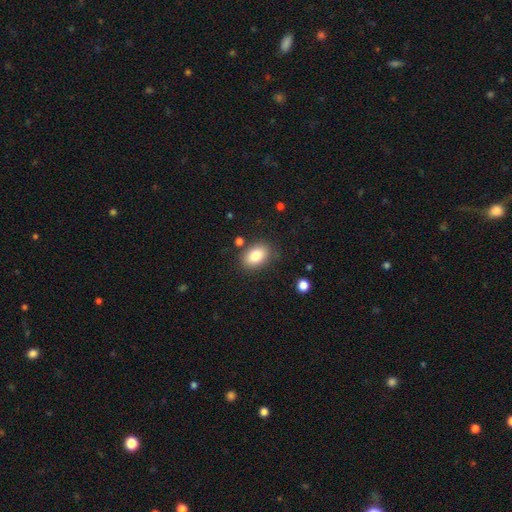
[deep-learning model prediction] Smooth or featured?
  - smooth: 82% *
  - featured or disk: 10%
  - star or artifact: 8%
How rounded?
  - in between: 82% *
  - round: 17%
  - cigar-shaped: 1%
Merging?
  - none: 81% *
  - minor disturbance: 12%
  - merger: 3%
  - major disturbance: 3%